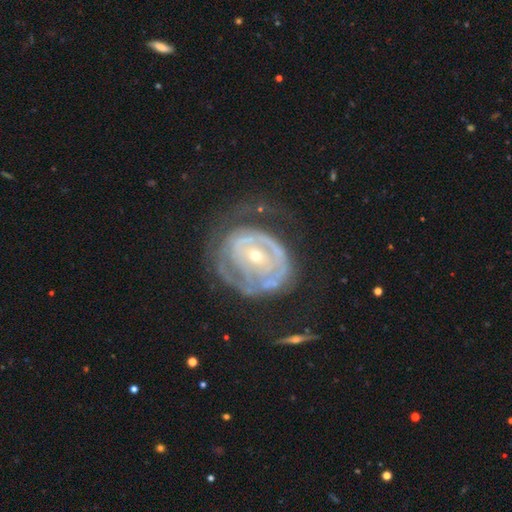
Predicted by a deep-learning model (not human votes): A featured or disk galaxy (80%) with no bar (66%), tight (70%) spiral arms (69%) and a small central bulge (73%). Merging: none (41%).